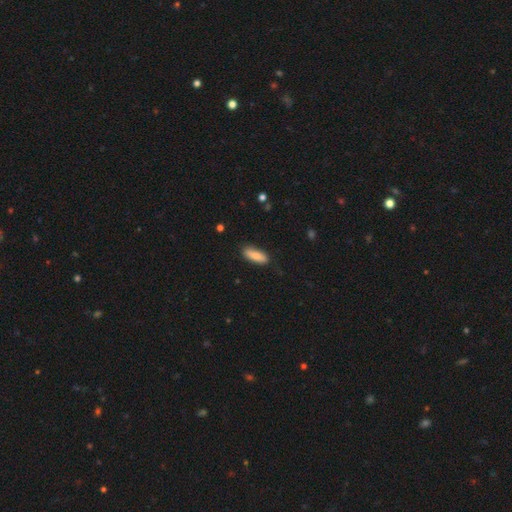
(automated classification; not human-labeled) Smooth or featured? smooth (81%)
How rounded? in between (62%)
Merging? none (85%)